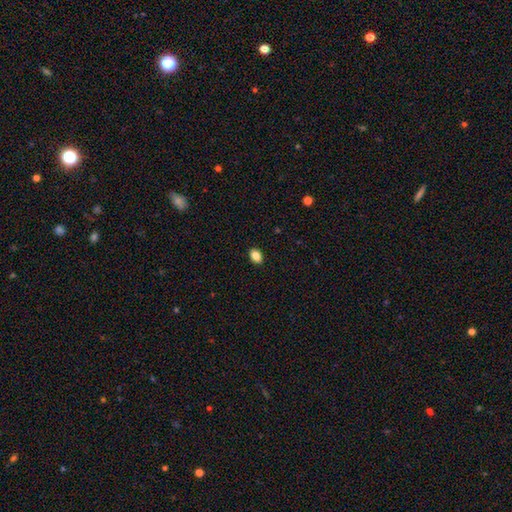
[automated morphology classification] The model was most divided on "how rounded": in between: 78%, round: 20%, cigar-shaped: 1%. More confident: merging — none (90%); smooth or featured — smooth (86%).